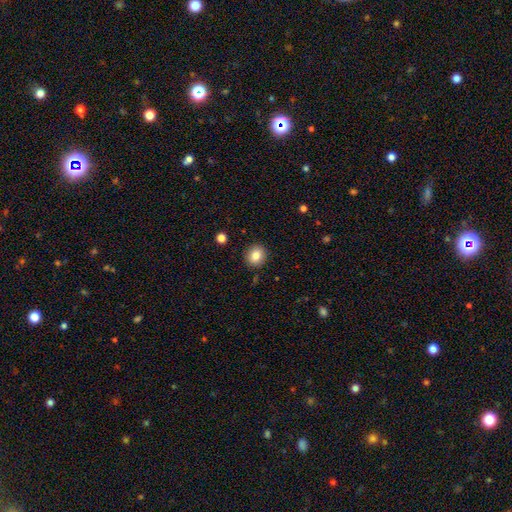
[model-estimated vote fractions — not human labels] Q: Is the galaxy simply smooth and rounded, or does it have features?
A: smooth — 83%.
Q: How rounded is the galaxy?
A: round — 81%.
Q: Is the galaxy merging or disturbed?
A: none — 90%.